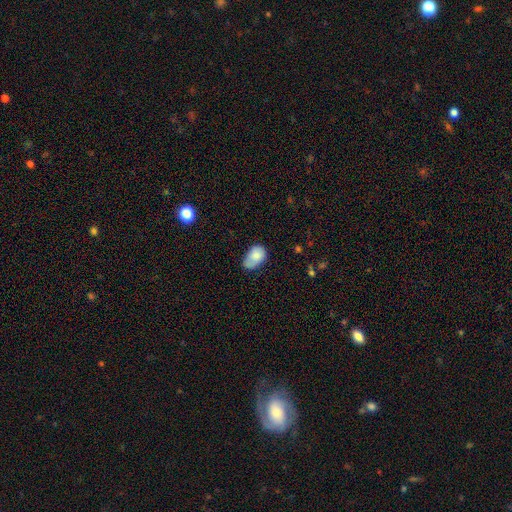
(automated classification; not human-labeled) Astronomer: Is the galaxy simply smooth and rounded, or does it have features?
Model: smooth — 79%.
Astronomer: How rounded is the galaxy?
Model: in between — 86%.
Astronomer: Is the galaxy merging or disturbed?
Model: minor disturbance — 46% (runner-up: none, 36%).